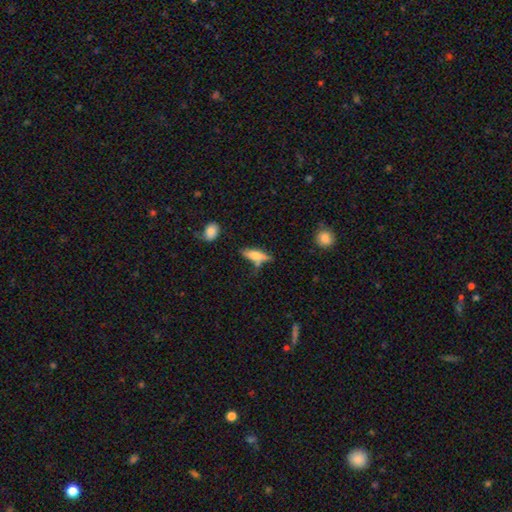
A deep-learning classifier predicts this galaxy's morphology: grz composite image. It shows a smooth galaxy with no disk features (63%) that is in between round and cigar-shaped (49%). Merging: none (47%).